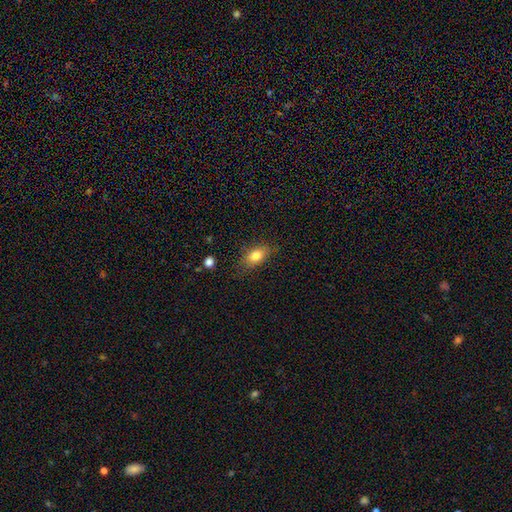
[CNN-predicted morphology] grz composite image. It shows a smooth galaxy with no disk features (79%) that is in between round and cigar-shaped (83%). Merging: none (76%).